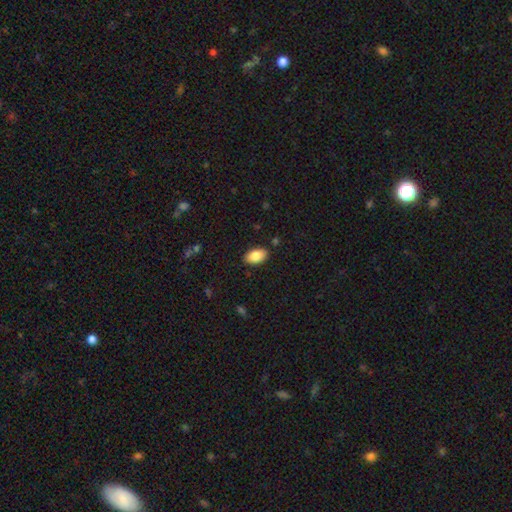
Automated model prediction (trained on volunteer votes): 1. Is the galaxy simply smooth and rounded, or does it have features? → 85% smooth, 8% featured or disk, 7% star or artifact.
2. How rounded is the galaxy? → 93% in between, 5% round, 2% cigar-shaped.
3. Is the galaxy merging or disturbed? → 87% none, 10% minor disturbance, 2% major disturbance, 1% merger.